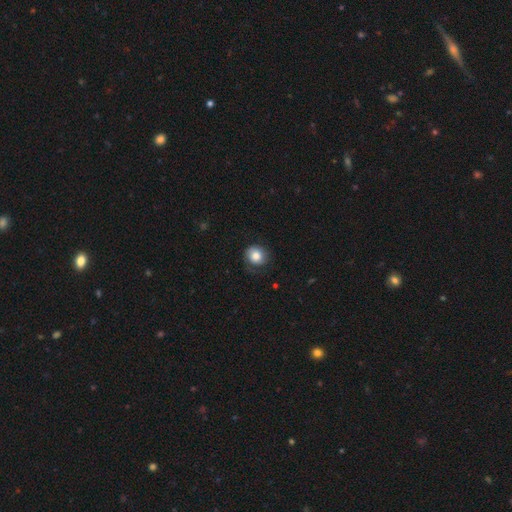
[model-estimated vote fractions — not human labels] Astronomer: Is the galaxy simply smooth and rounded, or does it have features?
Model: smooth — 78%.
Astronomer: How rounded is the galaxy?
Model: round — 83%.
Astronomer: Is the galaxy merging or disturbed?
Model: none — 68%.